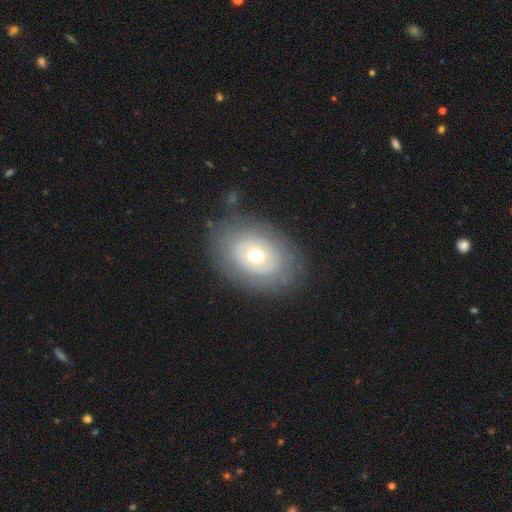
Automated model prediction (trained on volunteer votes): A featured or disk galaxy (51%).

Vote fractions:
- Smooth or featured? featured or disk: 51% / smooth: 42% / star or artifact: 7%
- Edge-on disk? no: 93% / yes: 7%
- Merging? none: 80% / minor disturbance: 13% / major disturbance: 6% / merger: 1%